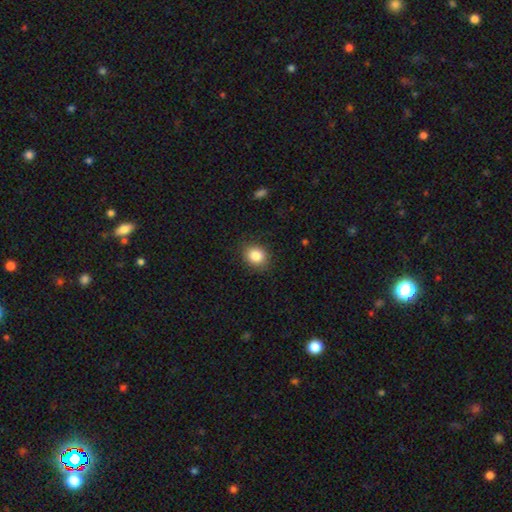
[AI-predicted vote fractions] Smooth or featured?
  - smooth: 85% *
  - star or artifact: 10%
  - featured or disk: 6%
How rounded?
  - round: 72% *
  - in between: 27%
  - cigar-shaped: 1%
Merging?
  - none: 87% *
  - minor disturbance: 9%
  - major disturbance: 3%
  - merger: 1%